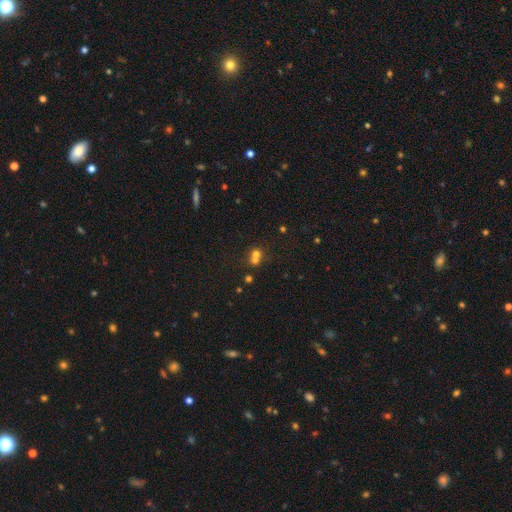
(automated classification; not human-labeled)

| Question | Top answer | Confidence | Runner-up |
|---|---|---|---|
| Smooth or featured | smooth | 62% | star or artifact (21%) |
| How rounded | round | 79% | in between (19%) |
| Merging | merger | 58% | none (33%) |